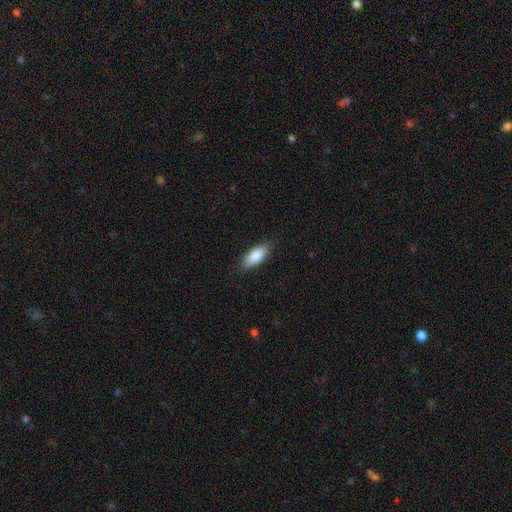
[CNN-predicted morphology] The model was most divided on "how rounded": in between: 77%, cigar-shaped: 21%, round: 2%. More confident: merging — none (84%); smooth or featured — smooth (81%).